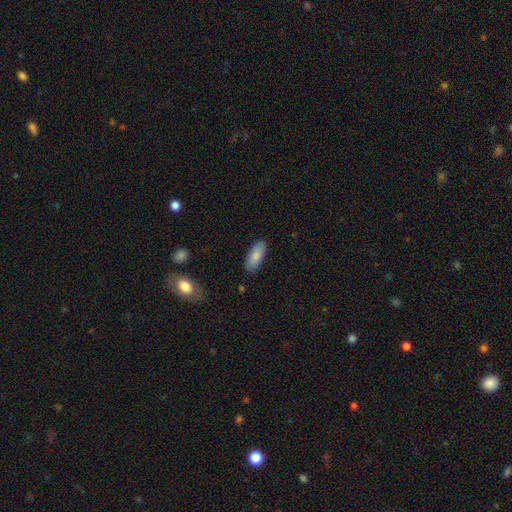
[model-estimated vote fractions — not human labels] Overall: smooth (84%). How rounded: in between (81%). Merging: none (86%).